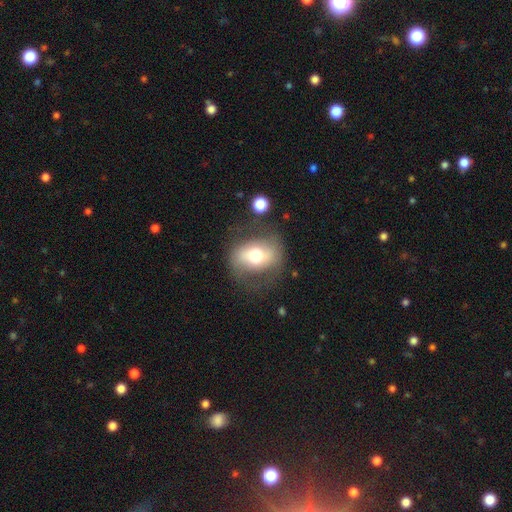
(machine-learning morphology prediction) Overall: smooth (50%; featured or disk 42%). Merging: none (65%).